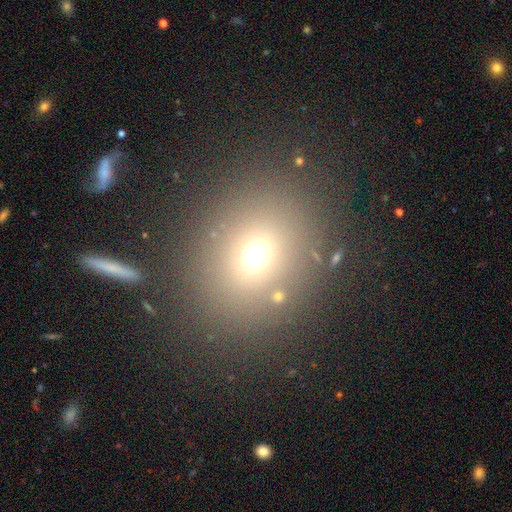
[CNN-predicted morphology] Smooth or featured: smooth — 68% (star or artifact — 21%)
How rounded: round — 64% (in between — 34%)
Merging: none — 81% (minor disturbance — 8%)